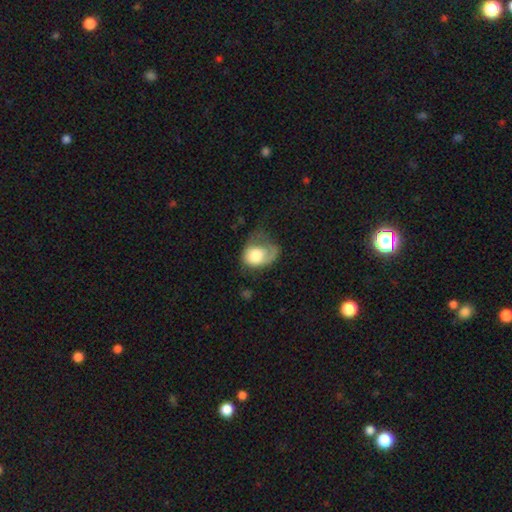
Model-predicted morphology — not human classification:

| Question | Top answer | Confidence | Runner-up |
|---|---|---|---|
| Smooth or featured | smooth | 65% | featured or disk (28%) |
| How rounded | in between | 67% | round (32%) |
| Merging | major disturbance | 49% | minor disturbance (29%) |